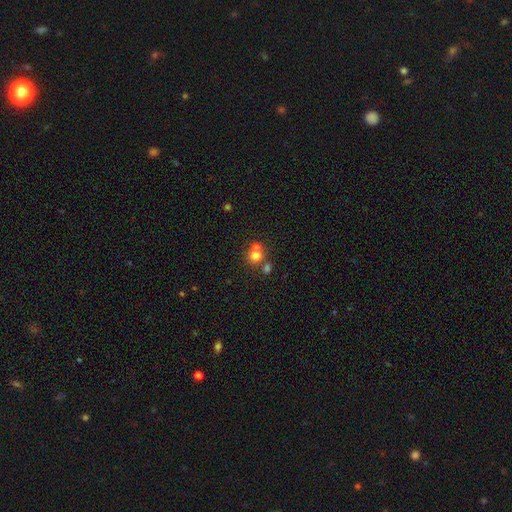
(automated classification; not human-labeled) This appears to be a smooth galaxy with no disk features (71%) that is round (85%). Merging: none (46%).